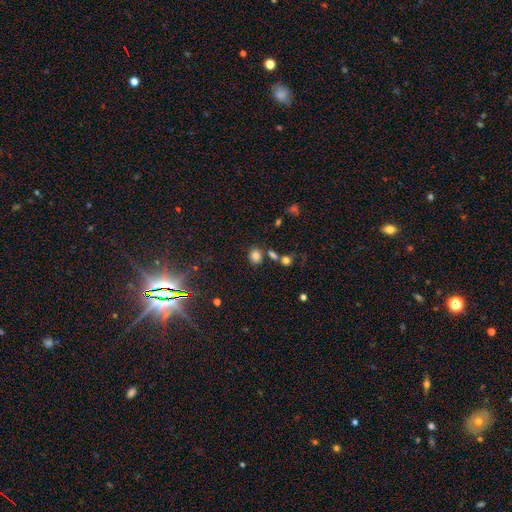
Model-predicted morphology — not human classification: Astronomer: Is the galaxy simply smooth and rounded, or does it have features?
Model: smooth — 80%.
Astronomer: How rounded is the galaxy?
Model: round — 59% (runner-up: in between, 39%).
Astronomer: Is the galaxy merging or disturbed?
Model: none — 73%.